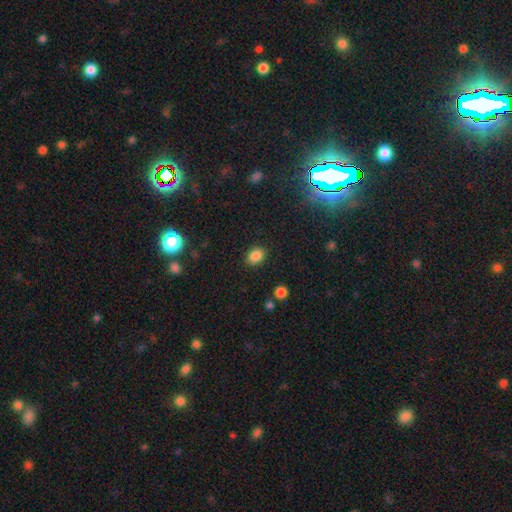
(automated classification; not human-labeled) A smooth galaxy with no disk features (85%) that is in between round and cigar-shaped (61%).

Vote fractions:
- Smooth or featured? smooth: 85% / star or artifact: 11% / featured or disk: 4%
- How rounded? in between: 61% / round: 38% / cigar-shaped: 1%
- Merging? none: 87% / minor disturbance: 9% / major disturbance: 3% / merger: 2%